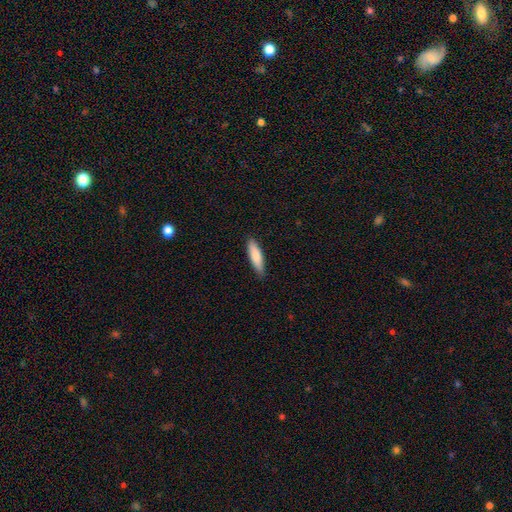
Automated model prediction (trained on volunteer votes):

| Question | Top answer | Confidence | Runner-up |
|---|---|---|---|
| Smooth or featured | smooth | 82% | featured or disk (13%) |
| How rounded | cigar-shaped | 70% | in between (29%) |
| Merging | none | 87% | minor disturbance (10%) |